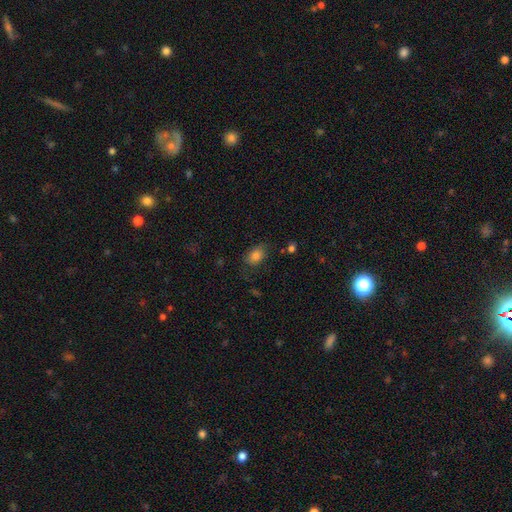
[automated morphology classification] type=smooth (82%); roundness=in between (80%); merging=none (71%).